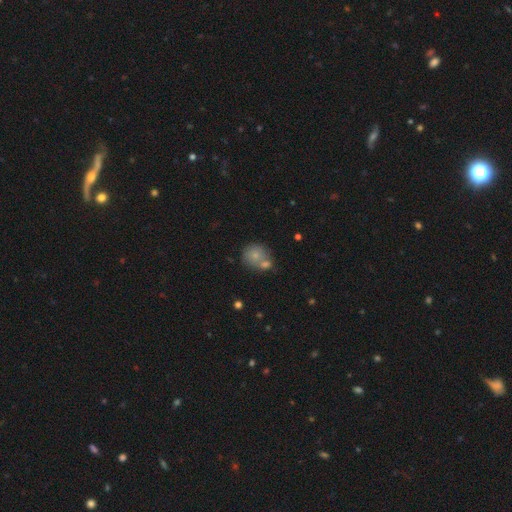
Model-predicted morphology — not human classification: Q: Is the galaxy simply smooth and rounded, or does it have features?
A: smooth — 74%.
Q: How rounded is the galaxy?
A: round — 81%.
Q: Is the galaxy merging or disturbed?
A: merger — 44%.